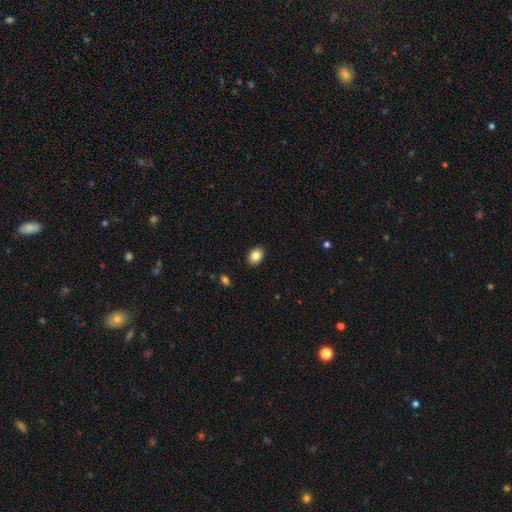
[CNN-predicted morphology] smooth-or-featured: smooth: 84% | star or artifact: 9% | featured or disk: 7%
  how-rounded: in between: 67% | round: 32% | cigar-shaped: 1%
  merging: none: 90% | minor disturbance: 7% | major disturbance: 2% | merger: 1%